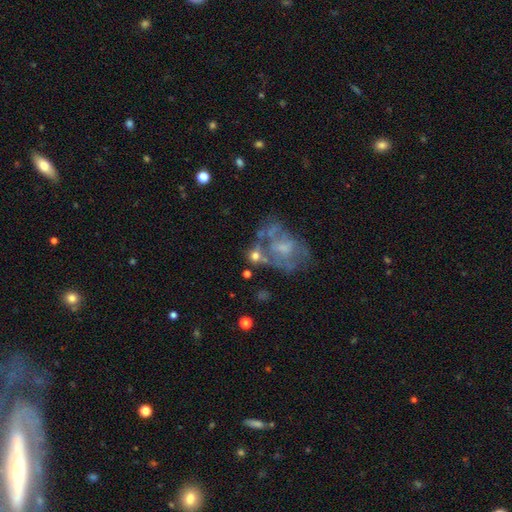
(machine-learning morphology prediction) A featured or disk galaxy (50%). Merging: none (34%).